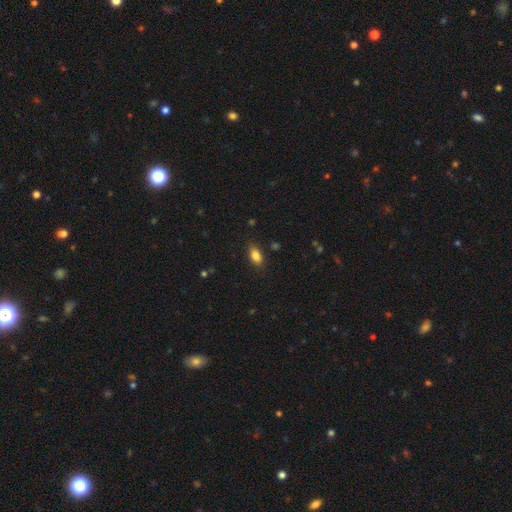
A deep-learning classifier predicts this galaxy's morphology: This is clearly a smooth galaxy (84%). How rounded: clearly in between (88%). Merging: clearly none (82%).